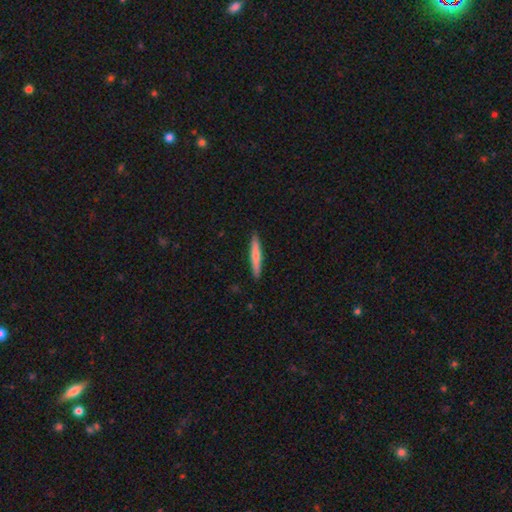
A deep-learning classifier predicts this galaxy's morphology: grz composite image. It shows a smooth galaxy with no disk features (64%) that is cigar-shaped (93%). Merging: none (91%).